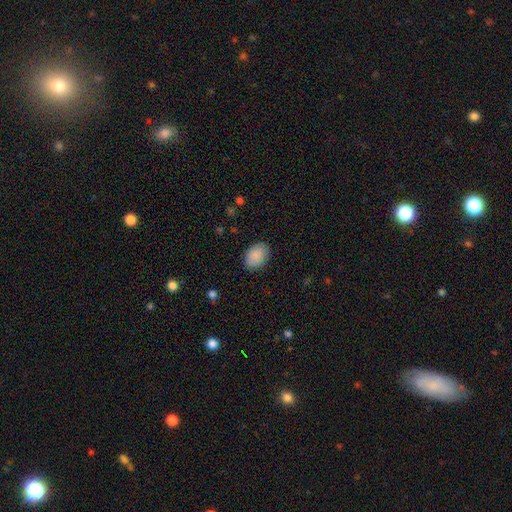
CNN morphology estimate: Smooth or featured: smooth — 89% (star or artifact — 7%)
How rounded: in between — 81% (round — 18%)
Merging: none — 87% (minor disturbance — 10%)